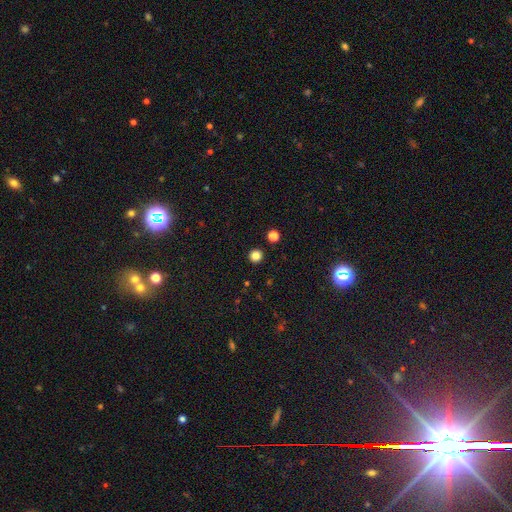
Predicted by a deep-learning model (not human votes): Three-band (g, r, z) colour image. It shows a smooth galaxy with no disk features (83%) that is round (92%). Merging: none (92%).